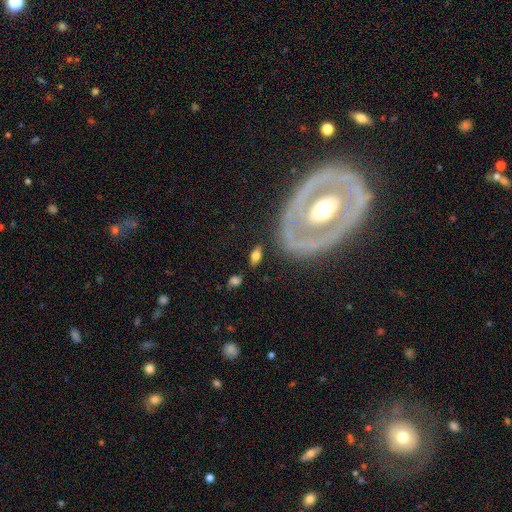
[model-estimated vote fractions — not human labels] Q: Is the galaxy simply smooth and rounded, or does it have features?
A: smooth — 65%.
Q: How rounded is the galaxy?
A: in between — 86%.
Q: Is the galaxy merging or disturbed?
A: none — 76%.